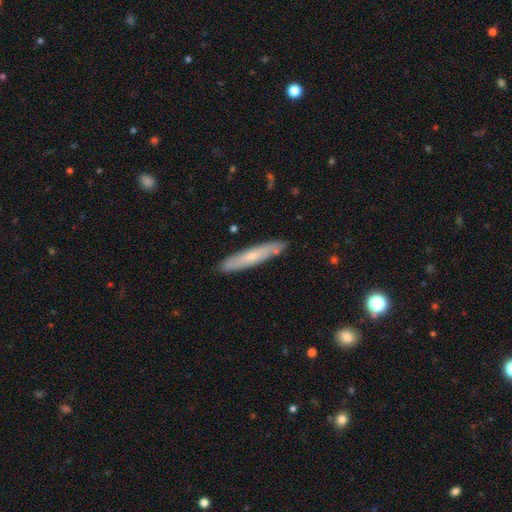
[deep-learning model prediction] Smooth or featured? Predicted: smooth (p=0.47). Merging? Predicted: none (p=0.88).